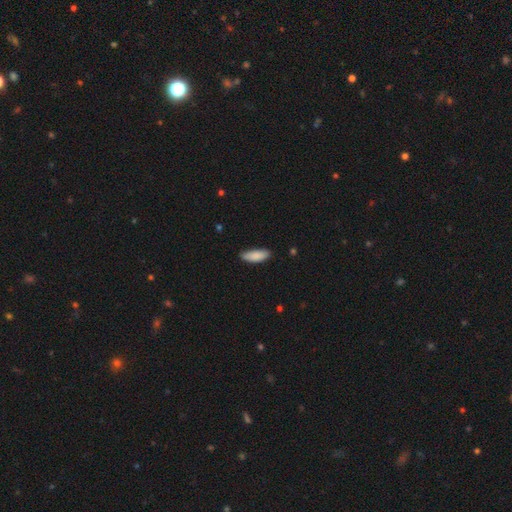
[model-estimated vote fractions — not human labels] smooth_or_featured: smooth (p=0.88) [alt: featured or disk p=0.06]
how_rounded: in between (p=0.69) [alt: cigar-shaped p=0.30]
merging: none (p=0.81) [alt: minor disturbance p=0.16]